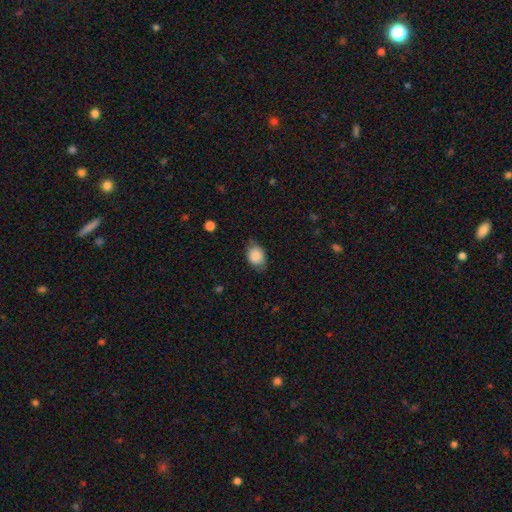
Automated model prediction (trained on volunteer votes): smooth_or_featured: smooth (p=0.82) [alt: featured or disk p=0.10]
how_rounded: in between (p=0.64) [alt: round p=0.35]
merging: none (p=0.66) [alt: minor disturbance p=0.26]